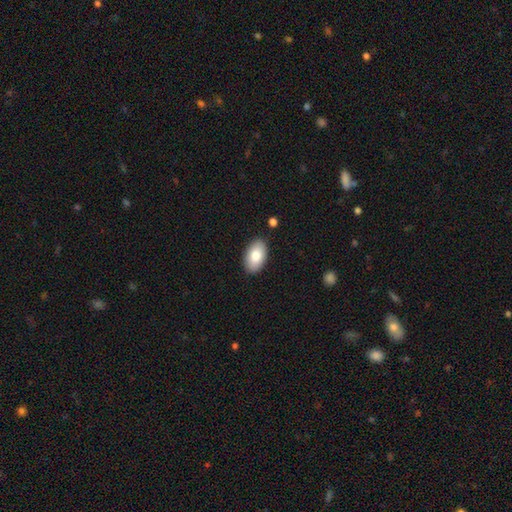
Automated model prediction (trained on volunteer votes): Smooth or featured? smooth (82%)
How rounded? in between (94%)
Merging? none (88%)